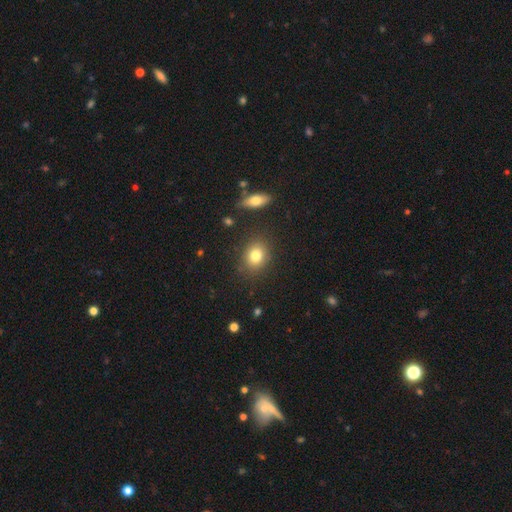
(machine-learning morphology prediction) A smooth galaxy with no disk features (81%) that is round (58%). Merging: none (84%).